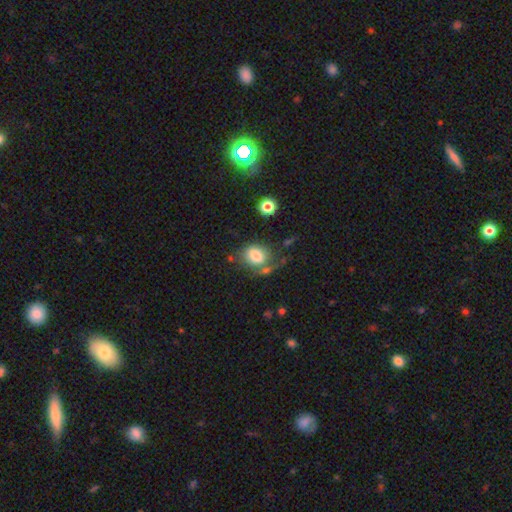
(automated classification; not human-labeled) Overall: smooth (78%). How rounded: in between (57%; round 41%). Merging: none (52%; minor disturbance 20%).